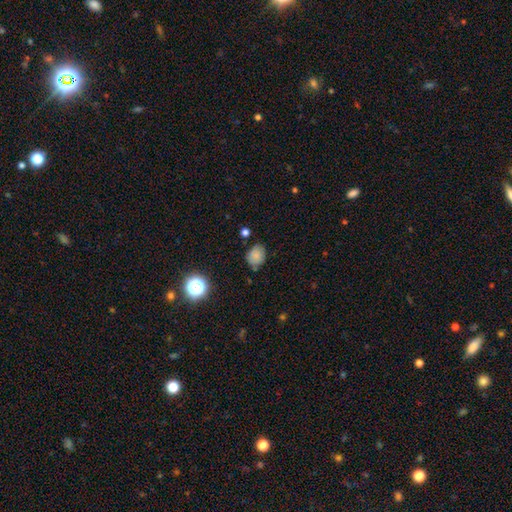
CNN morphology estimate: Q: Smooth or featured?
A: smooth (80%); runner-up: star or artifact (13%)
Q: How rounded?
A: round (57%); runner-up: in between (42%)
Q: Merging?
A: none (71%); runner-up: minor disturbance (21%)